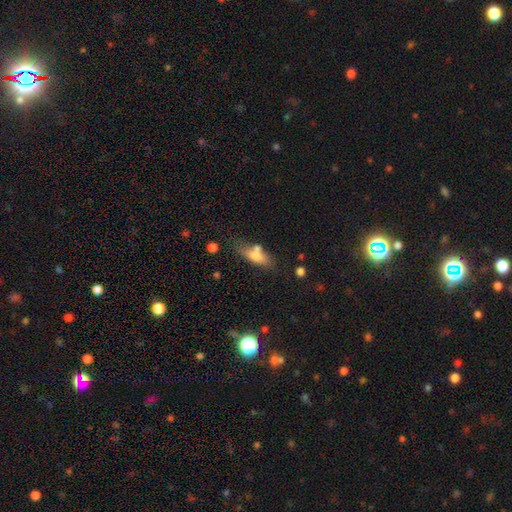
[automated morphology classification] smooth_or_featured: smooth (p=0.70) [alt: featured or disk p=0.22]
how_rounded: in between (p=0.60) [alt: cigar-shaped p=0.36]
merging: none (p=0.59) [alt: minor disturbance p=0.18]